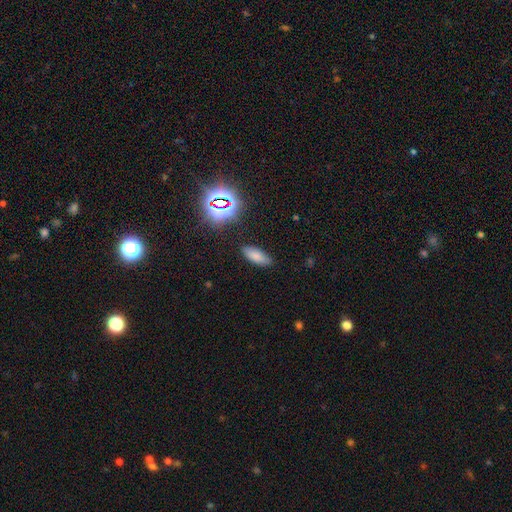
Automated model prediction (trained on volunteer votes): A smooth galaxy with no disk features (75%) that is in between round and cigar-shaped (79%).

Vote fractions:
- Smooth or featured? smooth: 75% / star or artifact: 16% / featured or disk: 9%
- How rounded? in between: 79% / cigar-shaped: 18% / round: 3%
- Merging? none: 82% / minor disturbance: 13% / major disturbance: 3% / merger: 2%